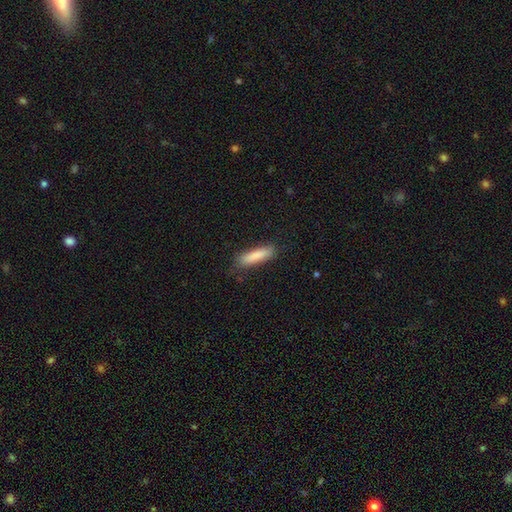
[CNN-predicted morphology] smooth 86%, featured or disk 8%, star or artifact 6%. Down the decision tree: how rounded — cigar-shaped (75%); merging — none (81%).